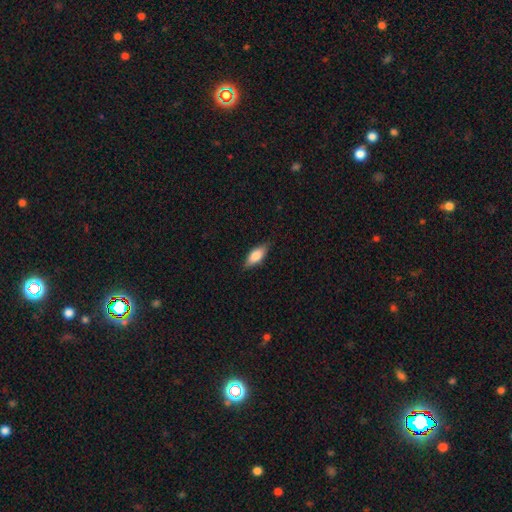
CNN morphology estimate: smooth-or-featured: smooth: 76% | featured or disk: 18% | star or artifact: 6%
  how-rounded: in between: 75% | cigar-shaped: 22% | round: 3%
  merging: none: 83% | minor disturbance: 13% | major disturbance: 2% | merger: 1%